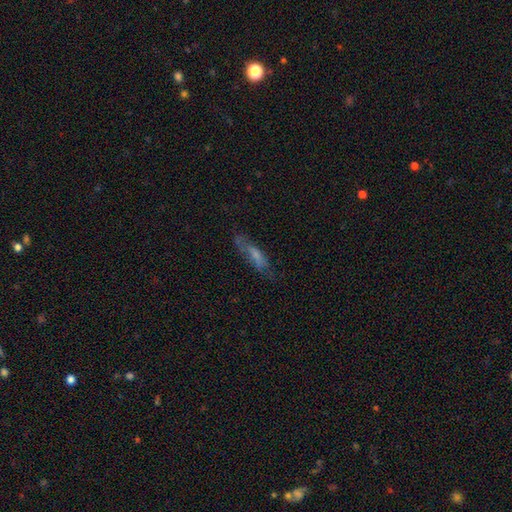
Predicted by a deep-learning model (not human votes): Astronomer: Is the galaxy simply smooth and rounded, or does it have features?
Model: smooth — 52% (runner-up: featured or disk, 39%).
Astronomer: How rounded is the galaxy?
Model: cigar-shaped — 64%.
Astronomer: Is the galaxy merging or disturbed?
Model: none — 58%.